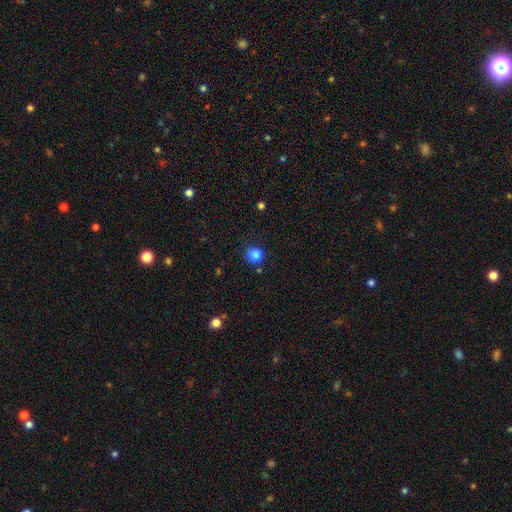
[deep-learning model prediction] Overall: smooth (84%). How rounded: round (87%). Merging: none (73%).